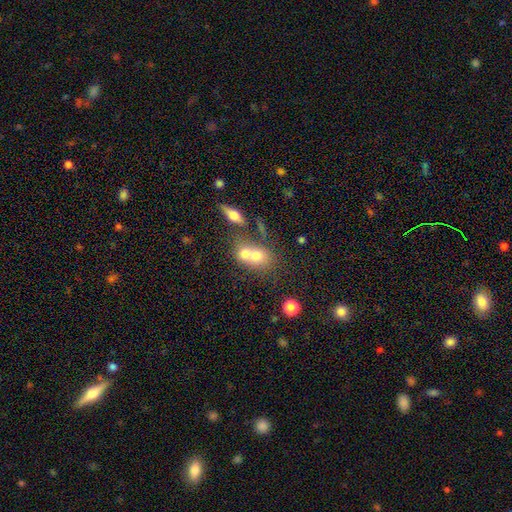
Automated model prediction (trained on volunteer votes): The model was most divided on "how rounded": round: 51%, in between: 47%, cigar-shaped: 2%. More confident: merging — merger (67%); smooth or featured — smooth (66%).